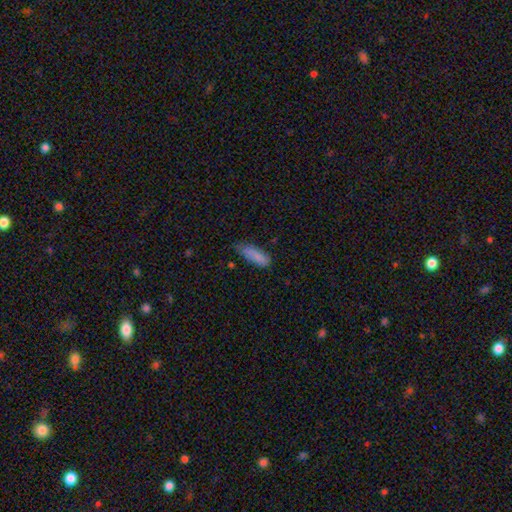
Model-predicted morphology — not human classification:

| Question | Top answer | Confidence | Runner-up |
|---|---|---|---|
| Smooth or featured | smooth | 85% | featured or disk (8%) |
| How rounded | in between | 61% | cigar-shaped (37%) |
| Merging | none | 53% | minor disturbance (36%) |